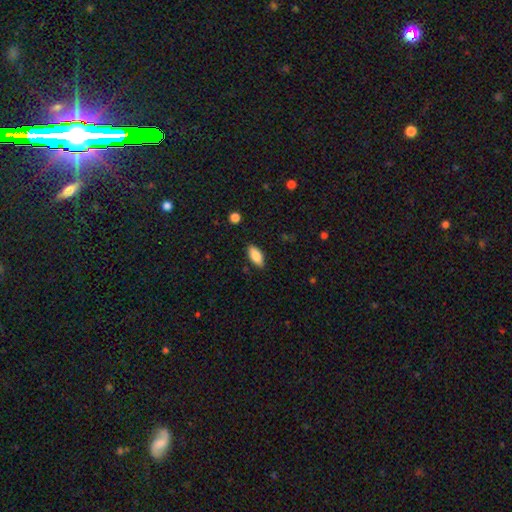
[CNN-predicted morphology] Smooth or featured? smooth (85%)
How rounded? in between (89%)
Merging? none (86%)